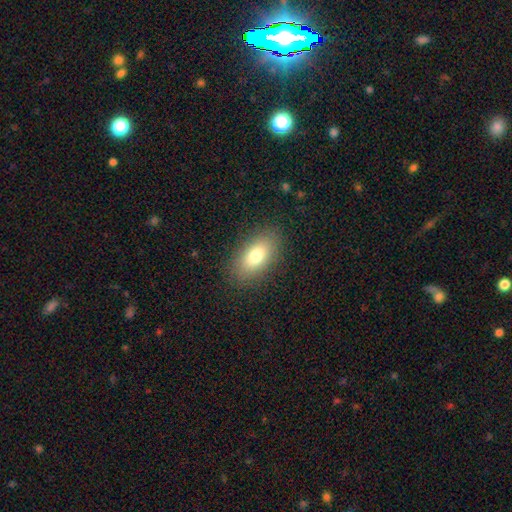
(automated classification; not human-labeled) Overall: smooth (78%). How rounded: in between (90%). Merging: none (87%).